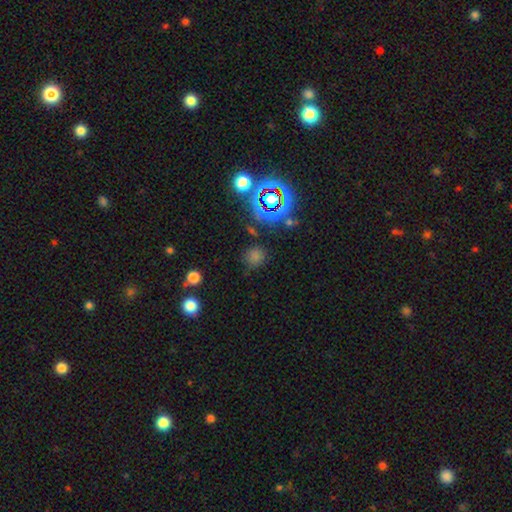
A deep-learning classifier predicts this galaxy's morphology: type=smooth (59%); roundness=round (85%); merging=none (78%).